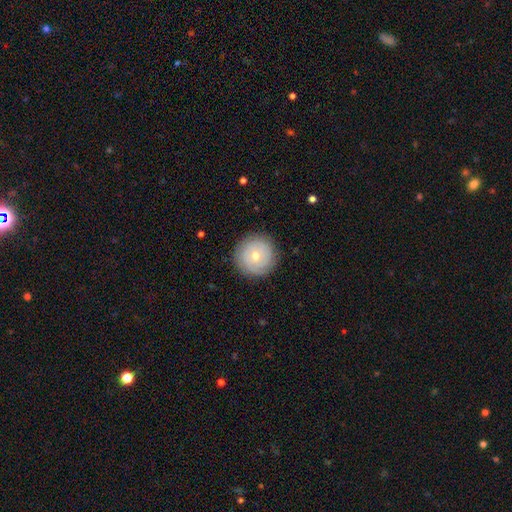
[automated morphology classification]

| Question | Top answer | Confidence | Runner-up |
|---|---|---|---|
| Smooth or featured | smooth | 52% | featured or disk (40%) |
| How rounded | round | 95% | in between (4%) |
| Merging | none | 87% | minor disturbance (9%) |